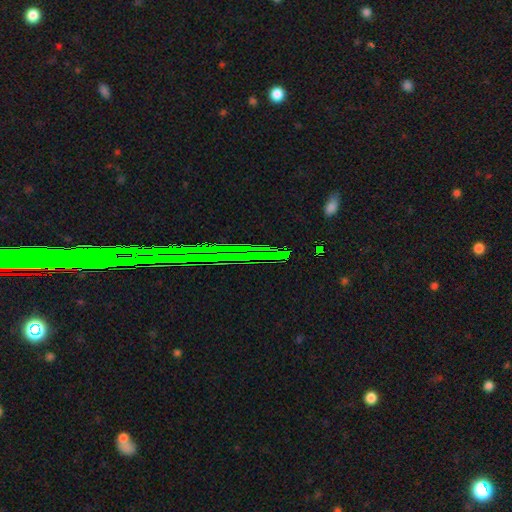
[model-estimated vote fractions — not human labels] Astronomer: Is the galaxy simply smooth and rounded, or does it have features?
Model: star or artifact — 68%.